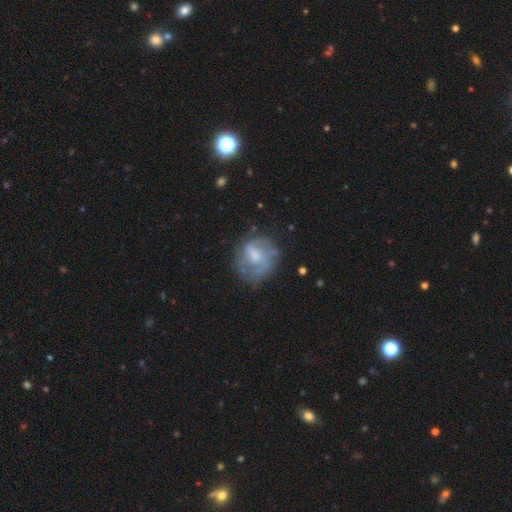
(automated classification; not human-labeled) Overall: featured or disk (55%; smooth 37%). Edge-on disk: no (97%). Bar: weak (45%; no 42%). Spiral arms: yes (58%; no 42%). Bulge size: moderate (42%; small 26%). Merging: none (57%; minor disturbance 23%).